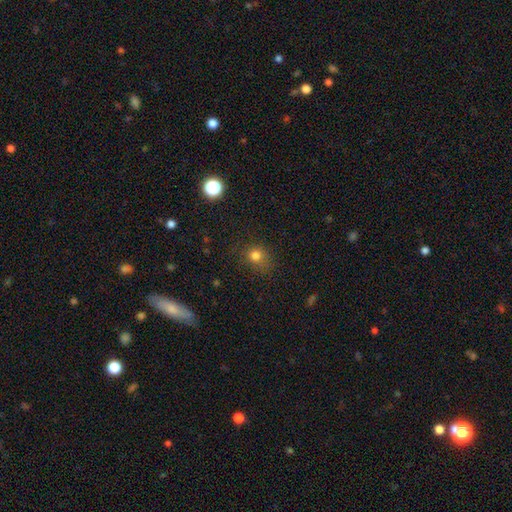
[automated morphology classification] Smooth or featured? Predicted: smooth (p=0.78). How rounded? Predicted: round (p=0.78). Merging? Predicted: none (p=0.75).